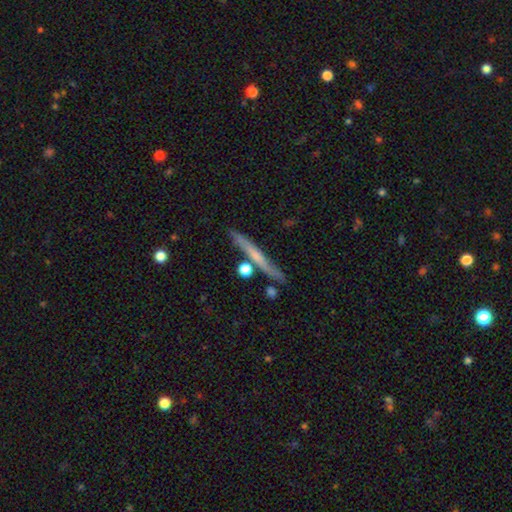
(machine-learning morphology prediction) smooth_or_featured: featured or disk (p=0.49) [alt: smooth p=0.44]
merging: none (p=0.80) [alt: minor disturbance p=0.11]